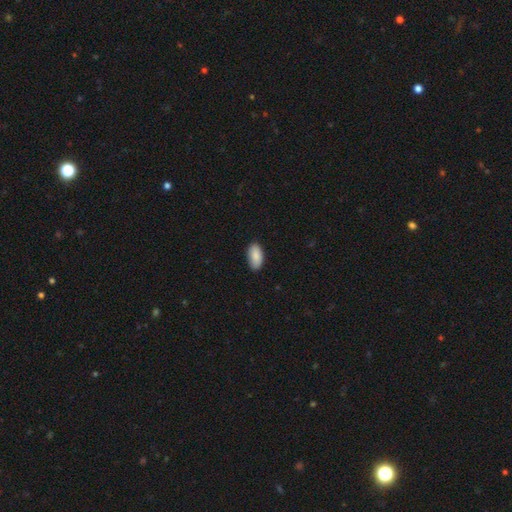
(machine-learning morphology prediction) smooth_or_featured: smooth (p=0.89) [alt: star or artifact p=0.06]
how_rounded: in between (p=0.95) [alt: cigar-shaped p=0.03]
merging: none (p=0.87) [alt: minor disturbance p=0.10]